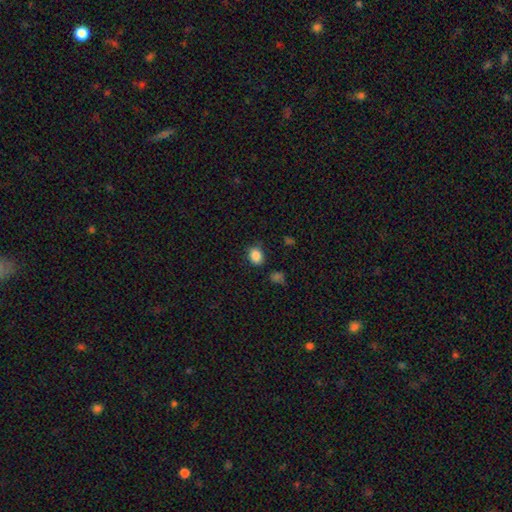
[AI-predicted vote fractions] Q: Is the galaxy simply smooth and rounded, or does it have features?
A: smooth — 86%.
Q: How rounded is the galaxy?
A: in between — 54%.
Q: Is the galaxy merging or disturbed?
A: none — 81%.